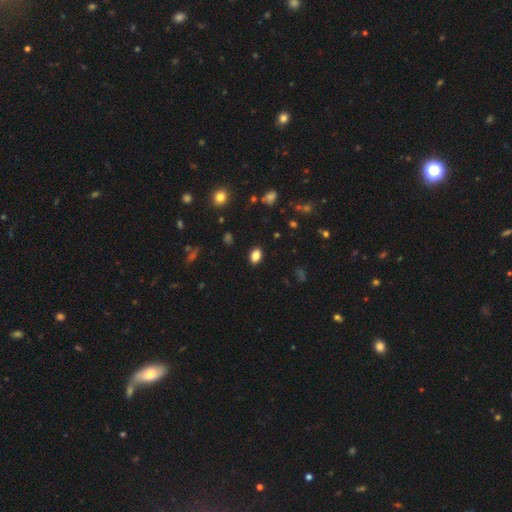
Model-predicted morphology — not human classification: A smooth galaxy with no disk features (84%) that is in between round and cigar-shaped (80%).

Vote fractions:
- Smooth or featured? smooth: 84% / star or artifact: 11% / featured or disk: 5%
- How rounded? in between: 80% / round: 19% / cigar-shaped: 2%
- Merging? none: 88% / minor disturbance: 8% / major disturbance: 2% / merger: 1%